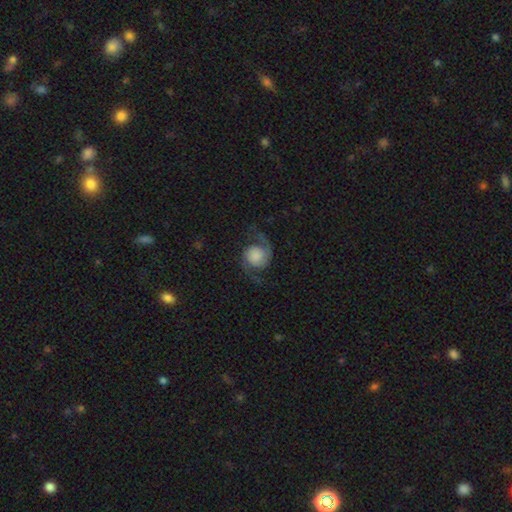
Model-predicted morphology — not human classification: A featured or disk galaxy (82%) with no bar (76%), 2 (94%) loose (52%) spiral arms (97%) and a large central bulge (32%). Merging: none (77%).